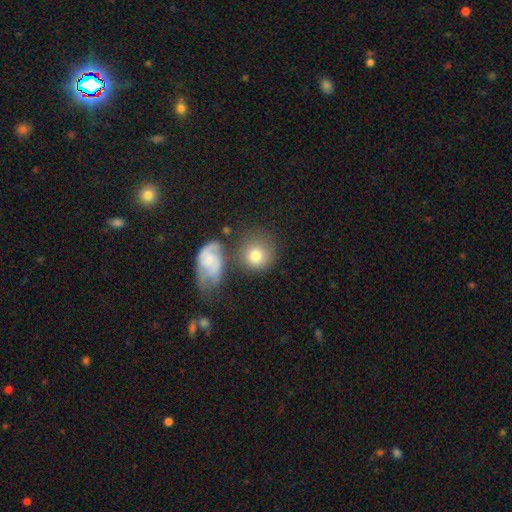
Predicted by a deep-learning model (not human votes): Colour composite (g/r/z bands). It shows a smooth galaxy with no disk features (72%) that is round (84%). Merging: none (58%).